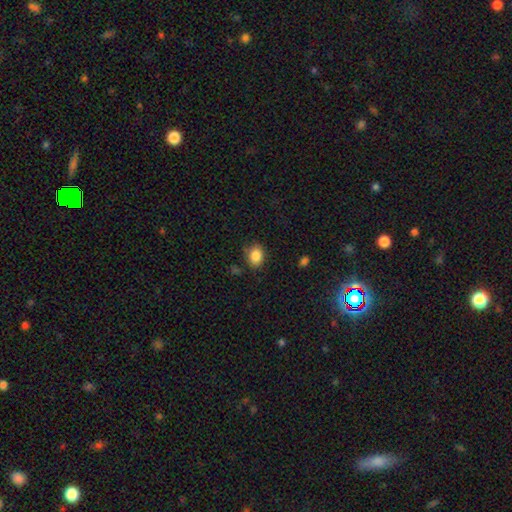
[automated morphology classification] A smooth galaxy with no disk features (86%) that is in between round and cigar-shaped (62%). Merging: none (82%).